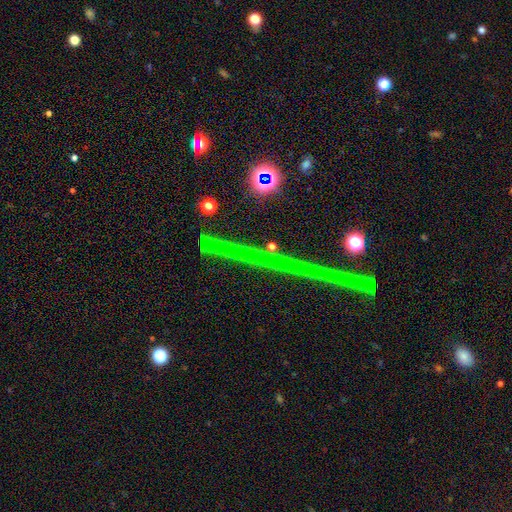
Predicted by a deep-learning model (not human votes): Smooth or featured? star or artifact (59%)